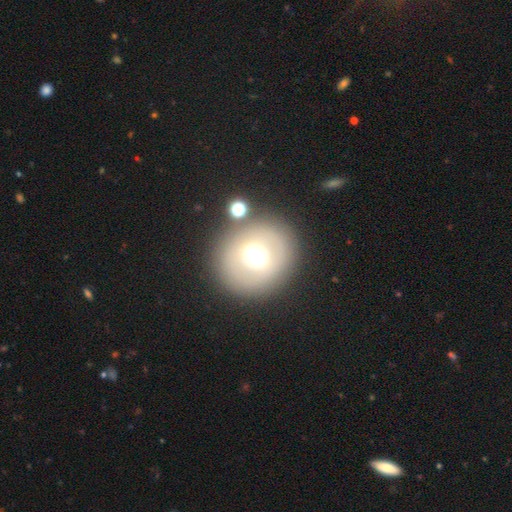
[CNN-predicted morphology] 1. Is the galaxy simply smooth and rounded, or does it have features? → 56% smooth, 27% featured or disk, 16% star or artifact.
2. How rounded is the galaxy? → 80% round, 19% in between, 1% cigar-shaped.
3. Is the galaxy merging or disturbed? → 77% none, 10% minor disturbance, 7% major disturbance, 7% merger.